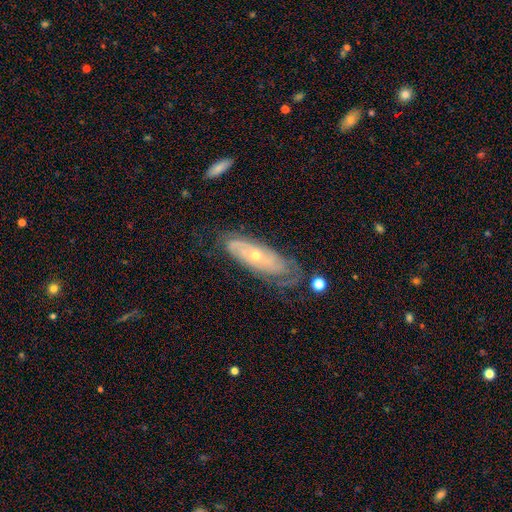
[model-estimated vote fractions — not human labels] The model was most divided on "spiral arm count": can't tell: 51%, 2: 28%, 3: 8%, 1: 5%, 4: 4%, more than 4: 3%. More confident: spiral arms — yes (86%); edge-on disk — no (85%); bar — no (79%); smooth or featured — featured or disk (77%); spiral winding — tight (70%); merging — none (63%); bulge size — small (62%).